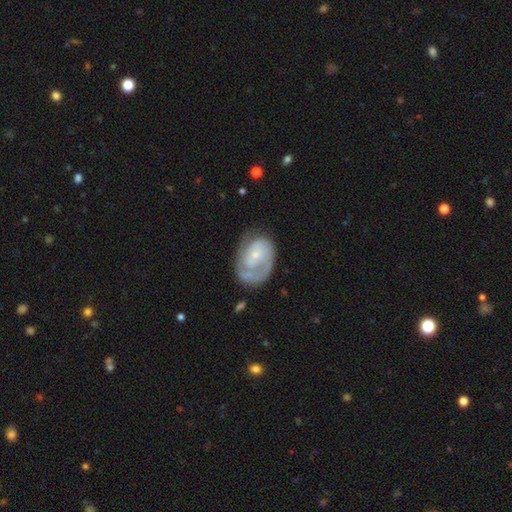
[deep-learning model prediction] A featured or disk galaxy (72%) with no bar (67%), 2 (36%) tight (49%) spiral arms (85%) and a small central bulge (68%). Merging: none (50%).